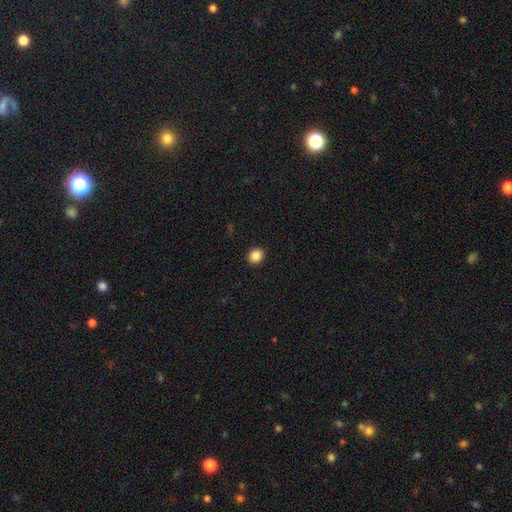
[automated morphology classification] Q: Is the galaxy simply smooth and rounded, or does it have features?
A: smooth — 86%.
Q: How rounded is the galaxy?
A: round — 78%.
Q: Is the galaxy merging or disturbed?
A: none — 92%.